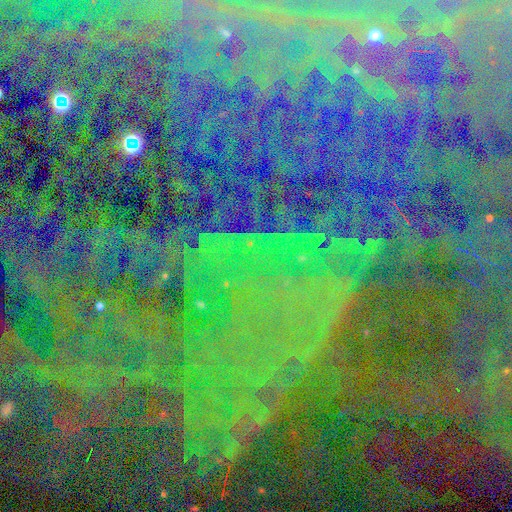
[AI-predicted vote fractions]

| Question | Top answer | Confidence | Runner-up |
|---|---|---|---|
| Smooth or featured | star or artifact | 85% | smooth (8%) |